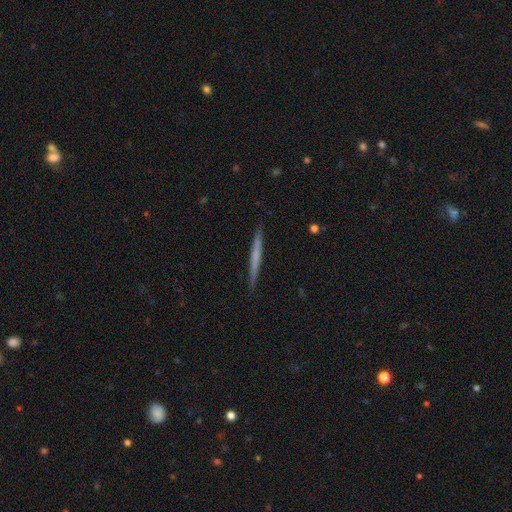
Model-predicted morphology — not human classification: Smooth or featured: smooth — 52% (featured or disk — 43%)
How rounded: cigar-shaped — 97% (in between — 2%)
Merging: none — 91% (minor disturbance — 7%)